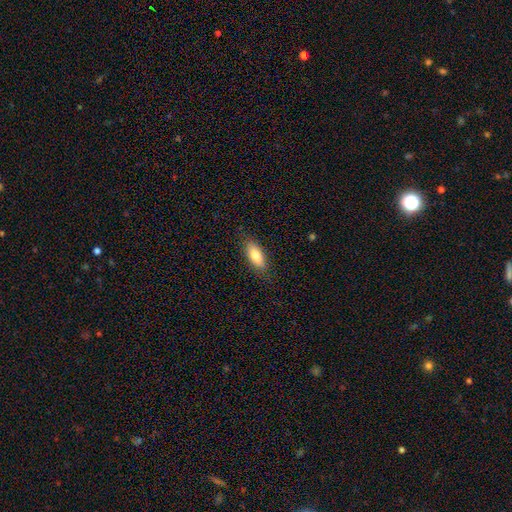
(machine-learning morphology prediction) A smooth galaxy with no disk features (79%) that is in between round and cigar-shaped (80%). Merging: none (85%).